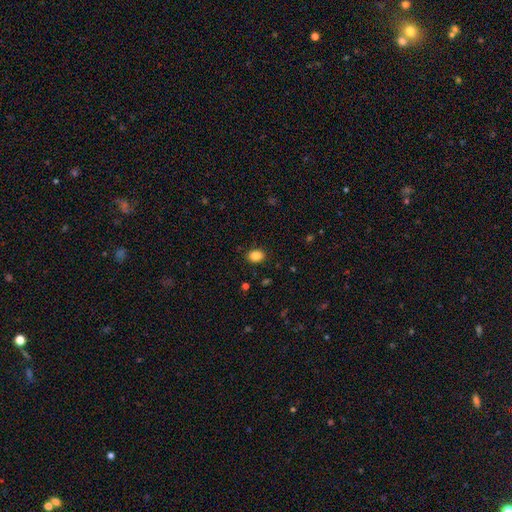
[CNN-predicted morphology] This is clearly a smooth galaxy (87%). How rounded: likely in between (69%). Merging: clearly none (89%).